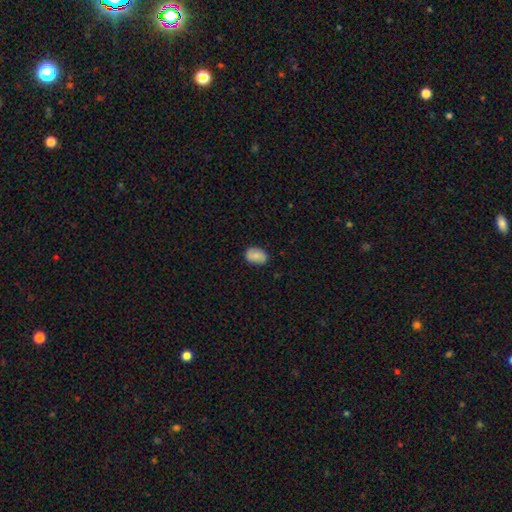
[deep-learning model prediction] smooth 80%, featured or disk 13%, star or artifact 7%. Down the decision tree: how rounded — in between (80%); merging — none (82%).